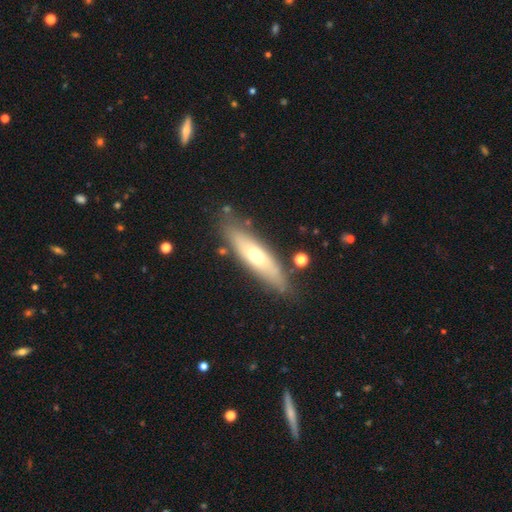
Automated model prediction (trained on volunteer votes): Smooth or featured? Predicted: smooth (p=0.50). How rounded? Predicted: cigar-shaped (p=0.64). Merging? Predicted: none (p=0.80).